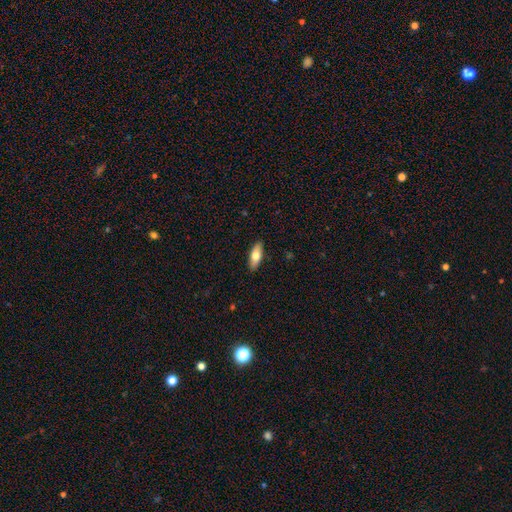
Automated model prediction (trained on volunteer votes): Smooth or featured? smooth (68%)
How rounded? in between (69%)
Merging? none (90%)